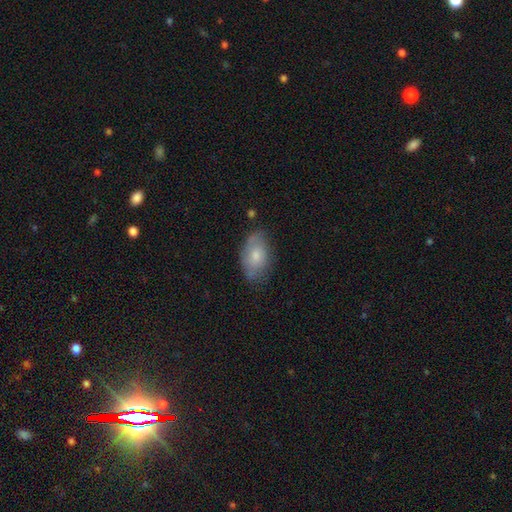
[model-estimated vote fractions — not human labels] Overall: smooth (67%). How rounded: in between (92%). Merging: none (67%).